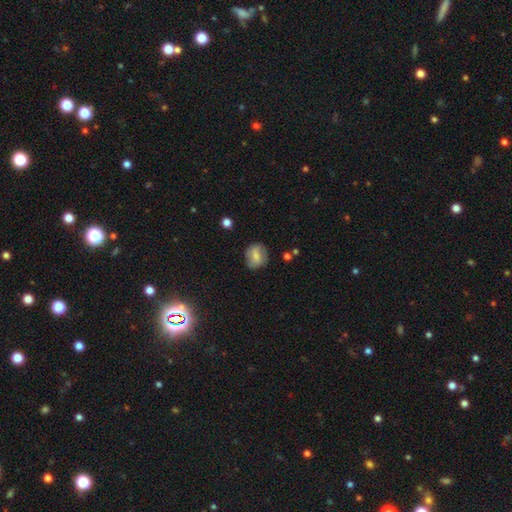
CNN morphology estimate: The model was most divided on "how rounded": round: 63%, in between: 35%, cigar-shaped: 2%. More confident: merging — none (74%); smooth or featured — smooth (65%).